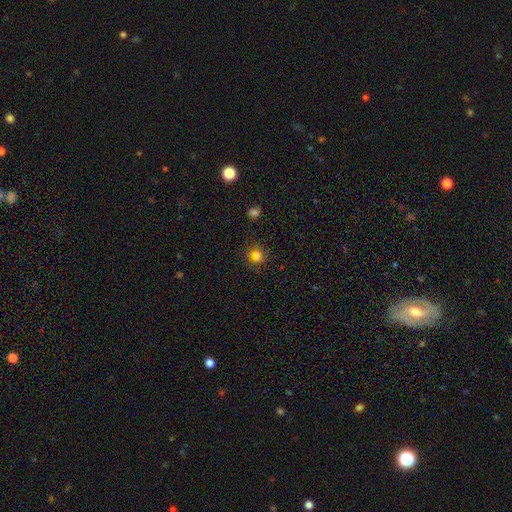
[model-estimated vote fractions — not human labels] Smooth or featured? Predicted: smooth (p=0.74). How rounded? Predicted: round (p=0.83). Merging? Predicted: none (p=0.82).